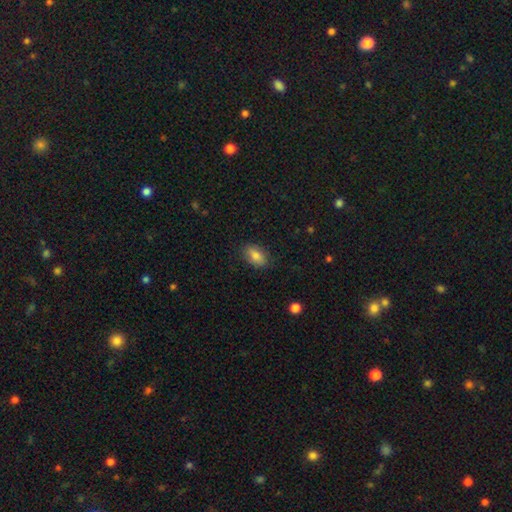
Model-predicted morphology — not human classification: Overall: smooth (82%). How rounded: in between (89%). Merging: none (83%).